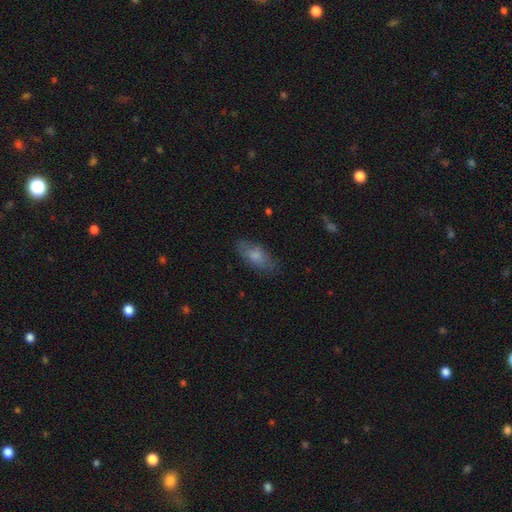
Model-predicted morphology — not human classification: smooth-or-featured: smooth: 74% | featured or disk: 19% | star or artifact: 7%
  how-rounded: in between: 80% | cigar-shaped: 17% | round: 3%
  merging: none: 75% | minor disturbance: 18% | major disturbance: 5% | merger: 1%